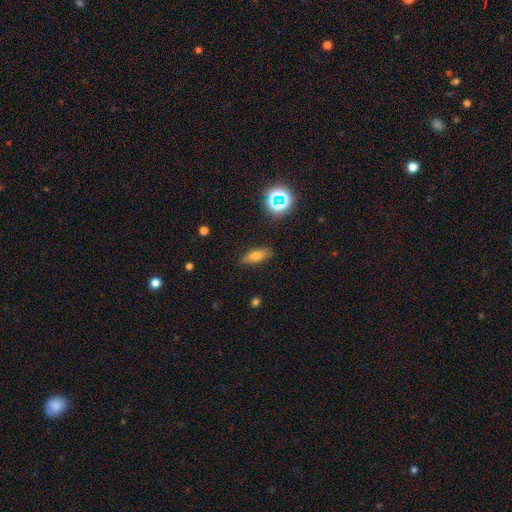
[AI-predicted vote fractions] Smooth or featured: smooth — 73% (star or artifact — 14%)
How rounded: in between — 68% (cigar-shaped — 27%)
Merging: none — 84% (minor disturbance — 11%)